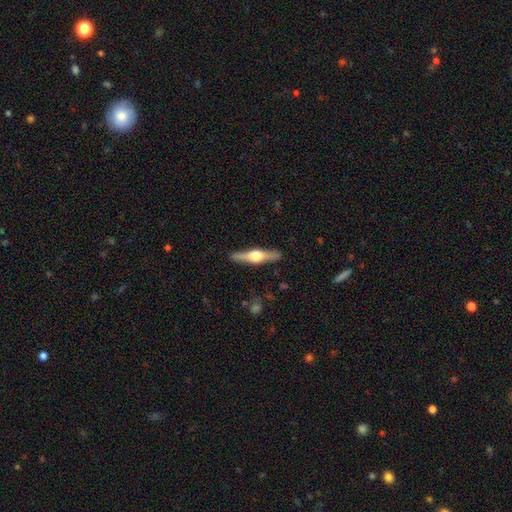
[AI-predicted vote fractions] A featured or disk galaxy (70%) viewed edge-on (97%) with a rounded central bulge (95%). Merging: none (90%).